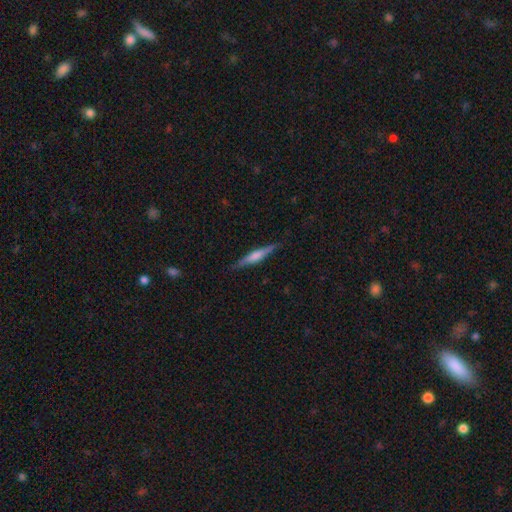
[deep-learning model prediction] The model was most divided on "edge-on bulge": rounded: 55%, boxy: 31%, none: 14%. More confident: edge-on disk — yes (98%); merging — none (88%); smooth or featured — featured or disk (62%).